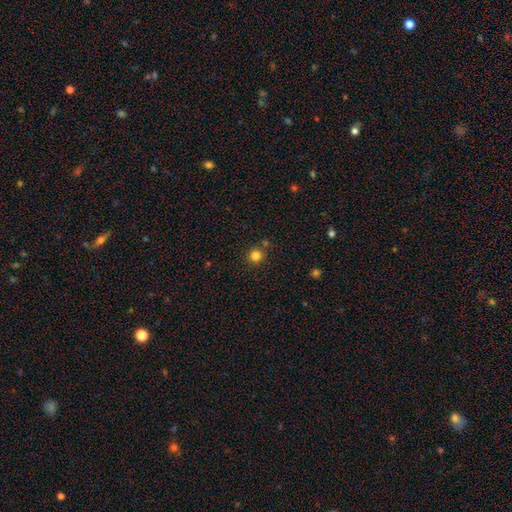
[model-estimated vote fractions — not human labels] This appears to be a smooth galaxy with no disk features (82%) that is round (94%). Merging: none (83%).